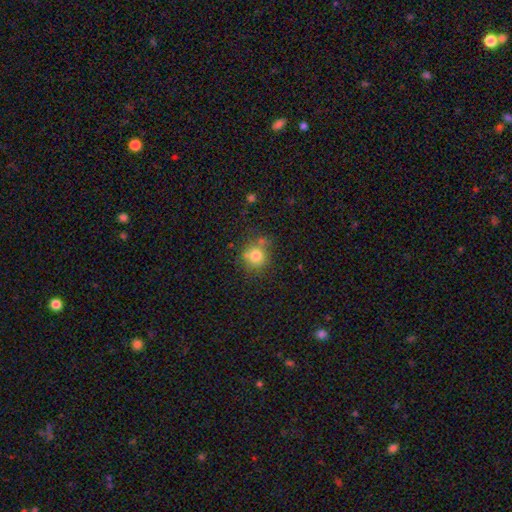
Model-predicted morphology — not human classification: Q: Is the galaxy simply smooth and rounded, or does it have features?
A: smooth — 78%.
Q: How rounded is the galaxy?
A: round — 87%.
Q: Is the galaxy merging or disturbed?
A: none — 67%.